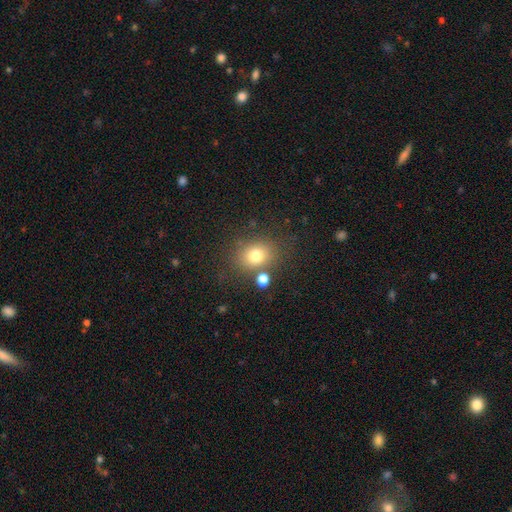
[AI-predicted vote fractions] Morphology: type=smooth (76%); roundness=round (51%); merging=none (73%).